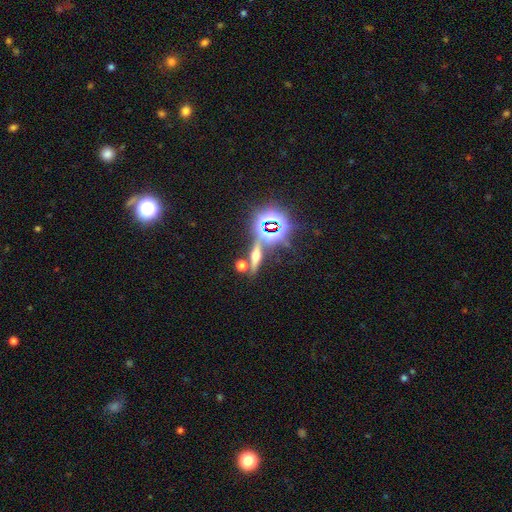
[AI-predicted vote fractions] smooth_or_featured: featured or disk (p=0.42) [alt: star or artifact p=0.32]
merging: none (p=0.76) [alt: merger p=0.10]